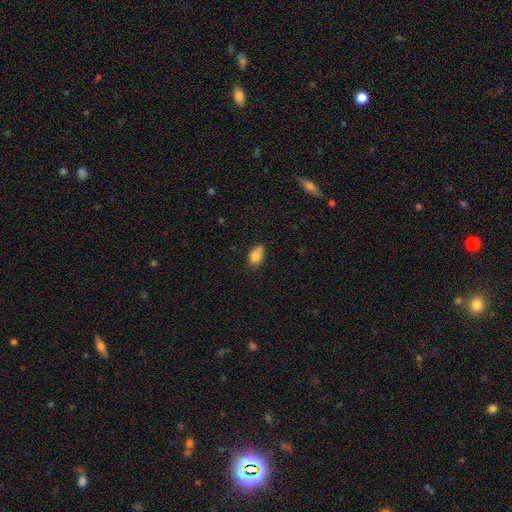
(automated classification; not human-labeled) The model was most divided on "merging": none: 58%, minor disturbance: 26%, merger: 12%, major disturbance: 5%. More confident: smooth or featured — smooth (83%); how rounded — in between (81%).